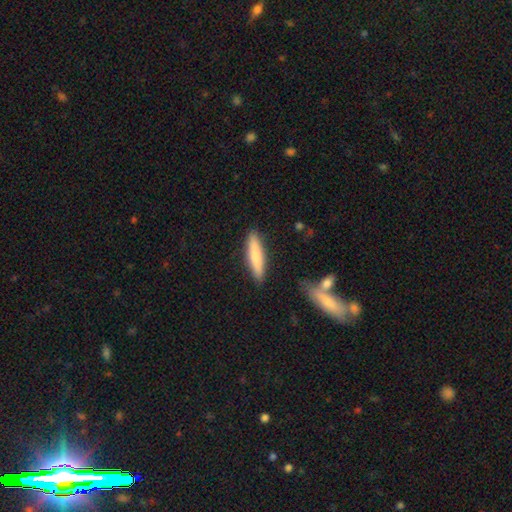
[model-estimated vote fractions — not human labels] This is likely a smooth galaxy (75%). How rounded: clearly cigar-shaped (86%). Merging: clearly none (87%).